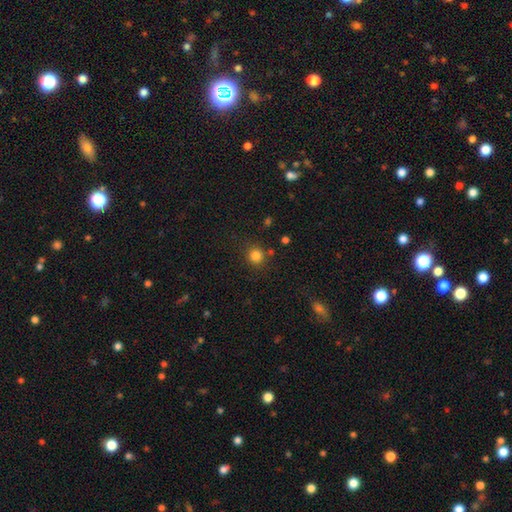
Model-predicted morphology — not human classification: A smooth galaxy with no disk features (82%) that is round (90%). Merging: none (83%).